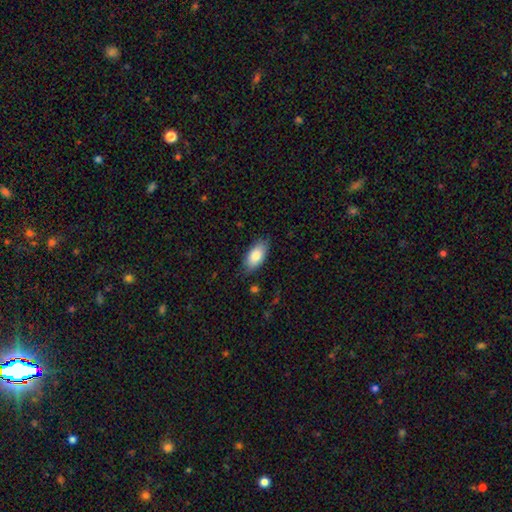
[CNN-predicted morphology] Overall: smooth (83%). How rounded: in between (92%). Merging: none (79%).